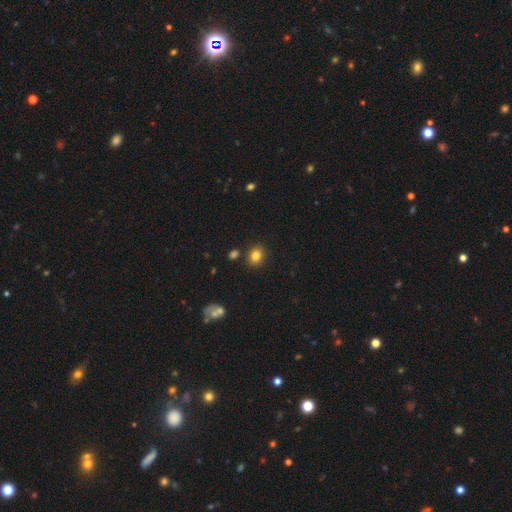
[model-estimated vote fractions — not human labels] Q: Smooth or featured?
A: smooth (82%); runner-up: star or artifact (11%)
Q: How rounded?
A: round (55%); runner-up: in between (44%)
Q: Merging?
A: none (84%); runner-up: minor disturbance (9%)